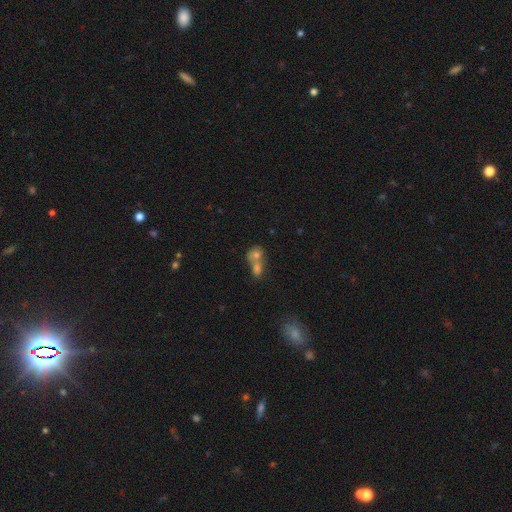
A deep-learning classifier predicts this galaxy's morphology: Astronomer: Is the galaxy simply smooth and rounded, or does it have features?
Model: smooth — 70%.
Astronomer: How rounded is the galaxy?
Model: round — 56% (runner-up: in between, 42%).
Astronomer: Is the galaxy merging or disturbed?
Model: merger — 65%.